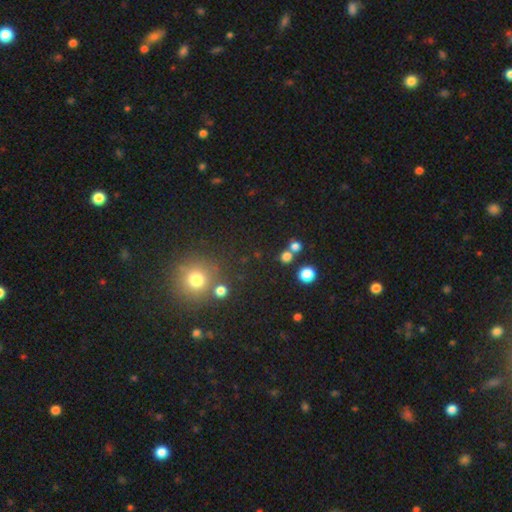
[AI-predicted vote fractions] The model was most divided on "smooth or featured": smooth: 48%, star or artifact: 45%, featured or disk: 7%. More confident: merging — none (80%).